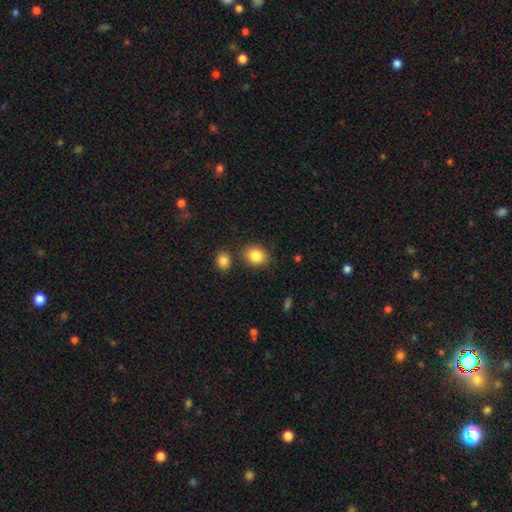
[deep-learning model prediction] smooth-or-featured: smooth: 86% | star or artifact: 9% | featured or disk: 6%
  how-rounded: round: 63% | in between: 36% | cigar-shaped: 1%
  merging: none: 79% | minor disturbance: 11% | merger: 8% | major disturbance: 3%